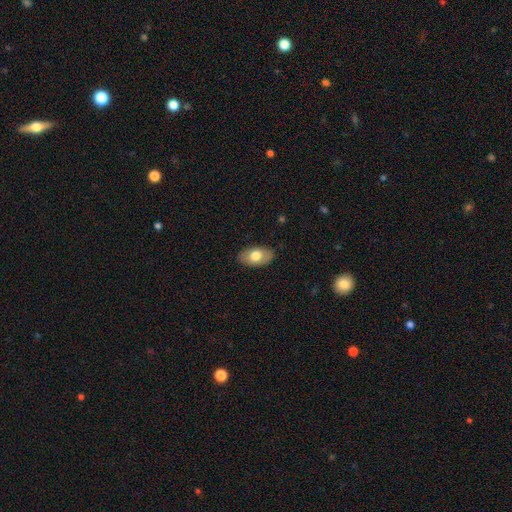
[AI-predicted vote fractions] smooth 71%, featured or disk 23%, star or artifact 6%. Down the decision tree: how rounded — in between (92%); merging — none (85%).